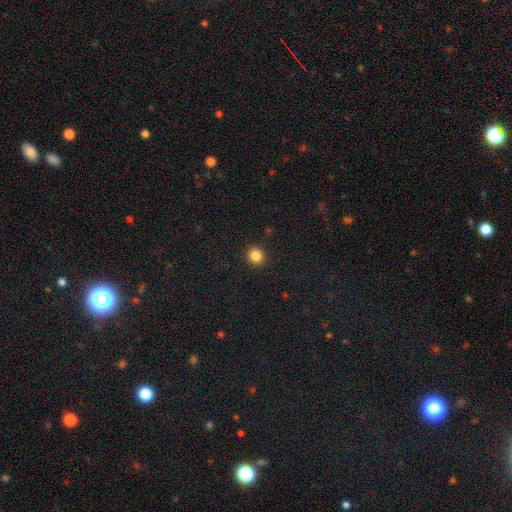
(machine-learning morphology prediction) type=smooth (85%); roundness=round (89%); merging=none (93%).